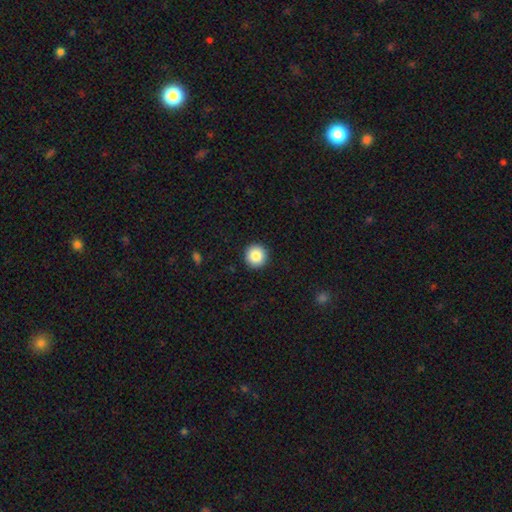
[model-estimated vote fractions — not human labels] Smooth or featured? Predicted: smooth (p=0.87). How rounded? Predicted: round (p=0.96). Merging? Predicted: none (p=0.93).